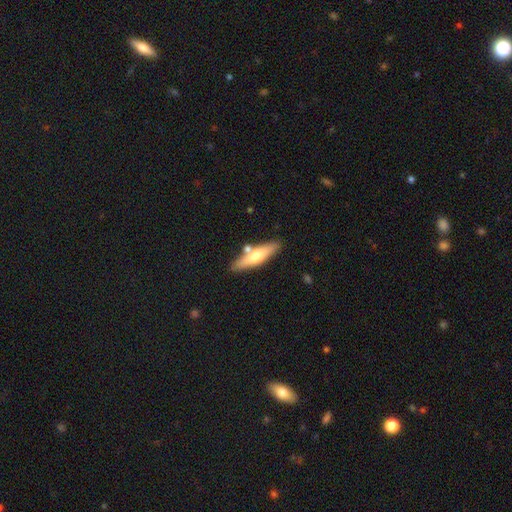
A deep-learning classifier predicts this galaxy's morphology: Smooth or featured?
  - smooth: 51% *
  - featured or disk: 44%
  - star or artifact: 6%
How rounded?
  - cigar-shaped: 74% *
  - in between: 24%
  - round: 2%
Merging?
  - none: 78% *
  - minor disturbance: 11%
  - merger: 9%
  - major disturbance: 2%